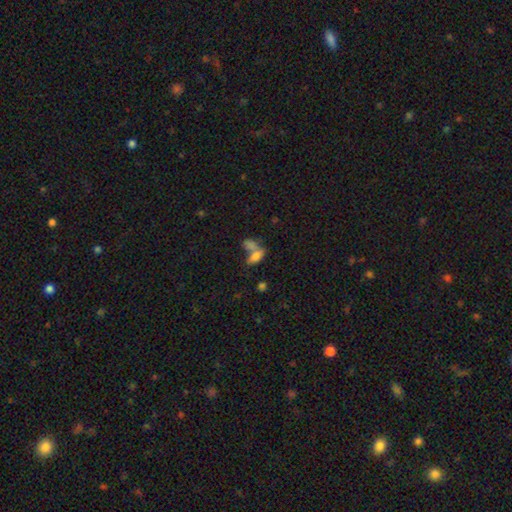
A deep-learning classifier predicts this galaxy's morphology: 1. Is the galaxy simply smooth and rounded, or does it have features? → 74% smooth, 15% featured or disk, 11% star or artifact.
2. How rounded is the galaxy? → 83% in between, 11% cigar-shaped, 6% round.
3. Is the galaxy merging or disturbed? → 54% merger, 29% none, 10% minor disturbance, 7% major disturbance.